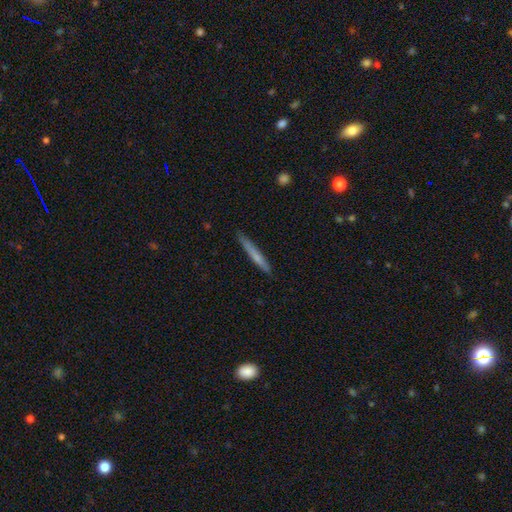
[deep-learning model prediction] Smooth or featured: smooth — 62% (featured or disk — 32%)
How rounded: cigar-shaped — 96% (in between — 3%)
Merging: none — 84% (minor disturbance — 12%)